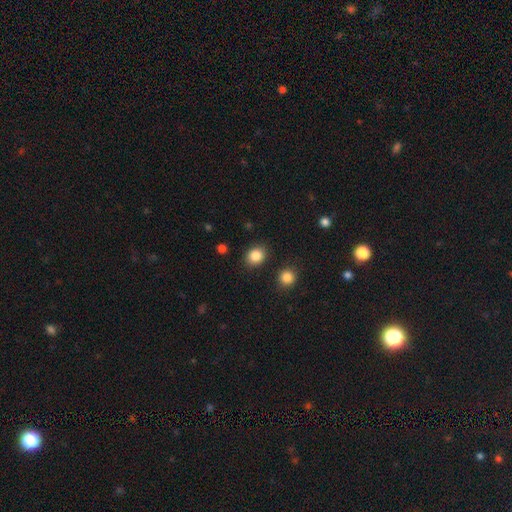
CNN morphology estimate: A smooth galaxy with no disk features (86%) that is round (64%).

Vote fractions:
- Smooth or featured? smooth: 86% / star or artifact: 10% / featured or disk: 4%
- How rounded? round: 64% / in between: 35% / cigar-shaped: 1%
- Merging? none: 86% / minor disturbance: 8% / merger: 3% / major disturbance: 3%